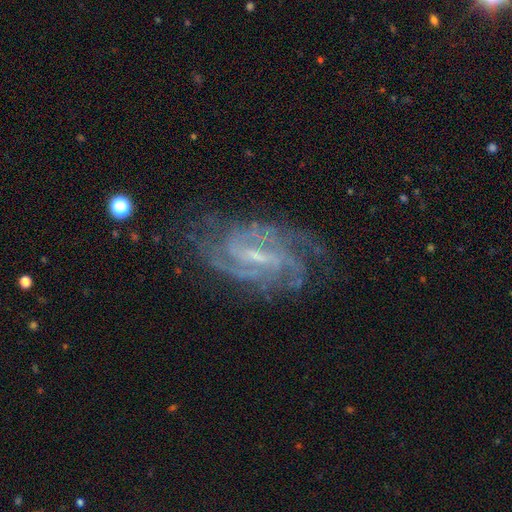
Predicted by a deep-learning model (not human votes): Smooth or featured: featured or disk — 89% (star or artifact — 6%)
Edge-on disk: no — 95% (yes — 5%)
Bar: weak — 50% (strong — 35%)
Spiral arms: yes — 97% (no — 3%)
Spiral winding: tight — 53% (medium — 38%)
Spiral arm count: 2 — 27% (can't tell — 24%)
Bulge size: small — 64% (moderate — 22%)
Merging: none — 73% (minor disturbance — 17%)